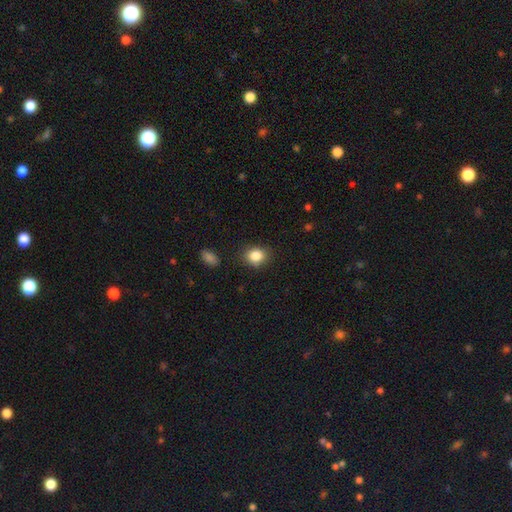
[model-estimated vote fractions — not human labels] Smooth or featured?
  - smooth: 85% *
  - star or artifact: 10%
  - featured or disk: 5%
How rounded?
  - round: 59% *
  - in between: 40%
  - cigar-shaped: 1%
Merging?
  - none: 83% *
  - minor disturbance: 12%
  - major disturbance: 3%
  - merger: 2%